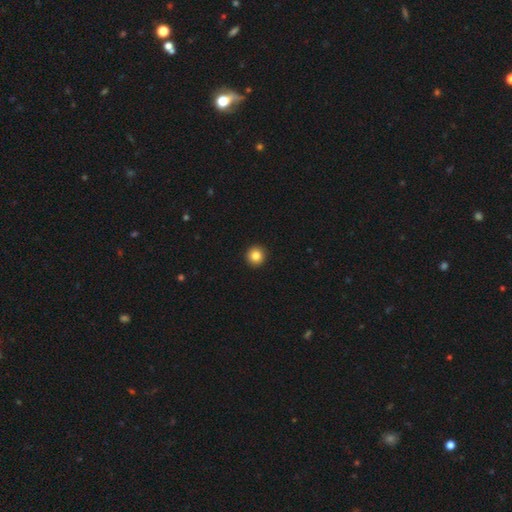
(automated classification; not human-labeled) A smooth galaxy with no disk features (84%) that is round (95%).

Vote fractions:
- Smooth or featured? smooth: 84% / star or artifact: 10% / featured or disk: 6%
- How rounded? round: 95% / in between: 4% / cigar-shaped: 1%
- Merging? none: 94% / minor disturbance: 4% / major disturbance: 1% / merger: 1%